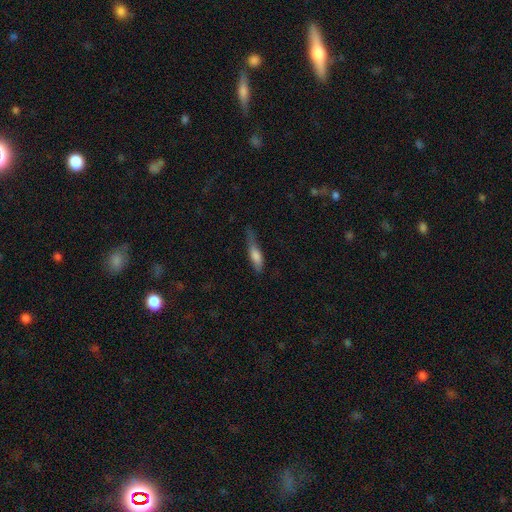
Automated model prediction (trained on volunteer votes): Overall: smooth (72%). How rounded: cigar-shaped (63%; in between 35%). Merging: none (44%; minor disturbance 38%).